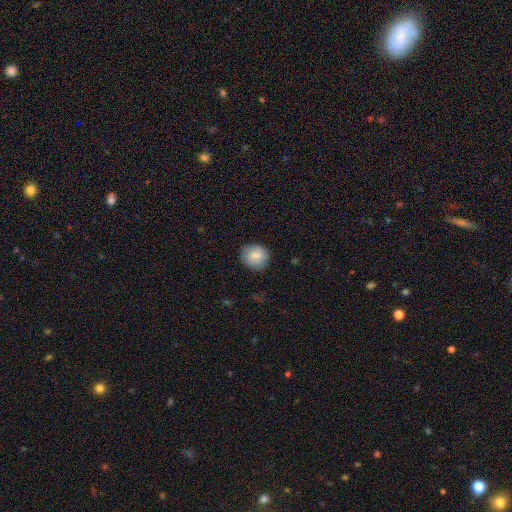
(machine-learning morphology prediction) Smooth or featured?
  - smooth: 85% *
  - featured or disk: 8%
  - star or artifact: 7%
How rounded?
  - round: 82% *
  - in between: 17%
  - cigar-shaped: 1%
Merging?
  - none: 82% *
  - minor disturbance: 14%
  - major disturbance: 3%
  - merger: 1%